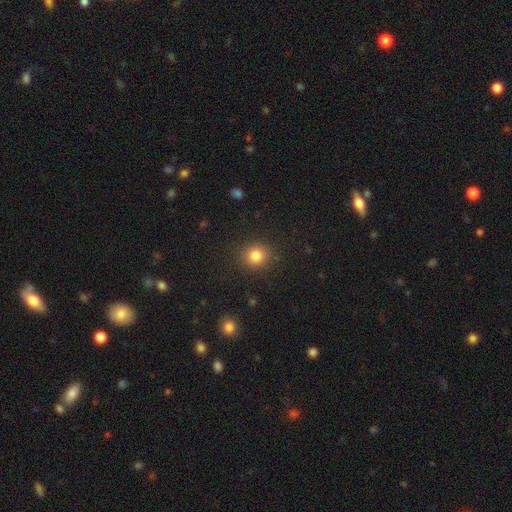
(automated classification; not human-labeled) smooth-or-featured: smooth: 82% | star or artifact: 12% | featured or disk: 6%
  how-rounded: round: 87% | in between: 12% | cigar-shaped: 1%
  merging: none: 89% | minor disturbance: 7% | major disturbance: 3% | merger: 1%